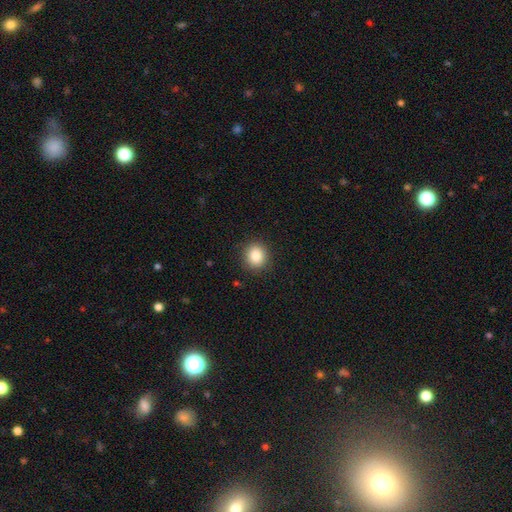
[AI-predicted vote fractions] The model was most divided on "how rounded": round: 84%, in between: 15%, cigar-shaped: 1%. More confident: merging — none (90%); smooth or featured — smooth (86%).